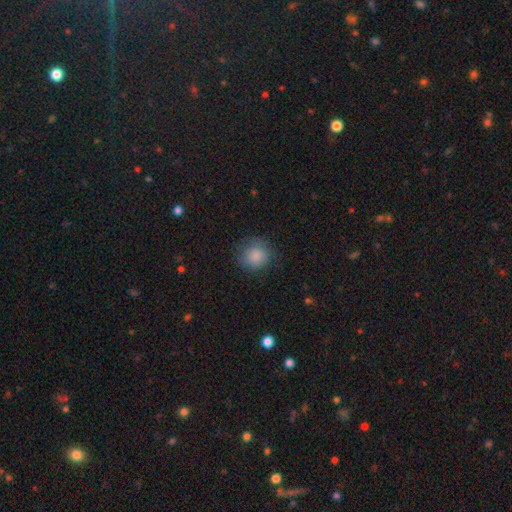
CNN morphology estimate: type=smooth (85%); roundness=round (88%); merging=none (77%).